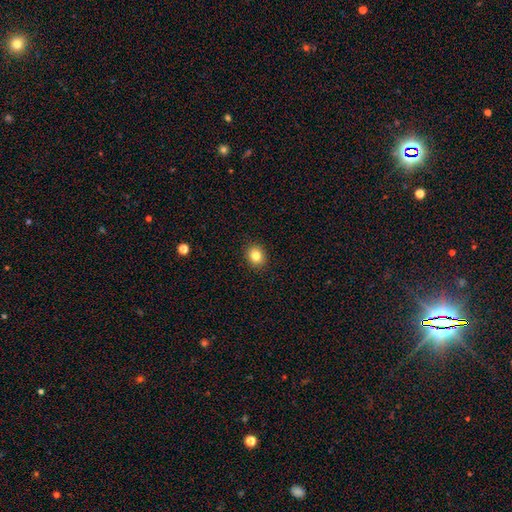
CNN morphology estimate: A smooth galaxy with no disk features (82%) that is round (64%). Merging: none (91%).